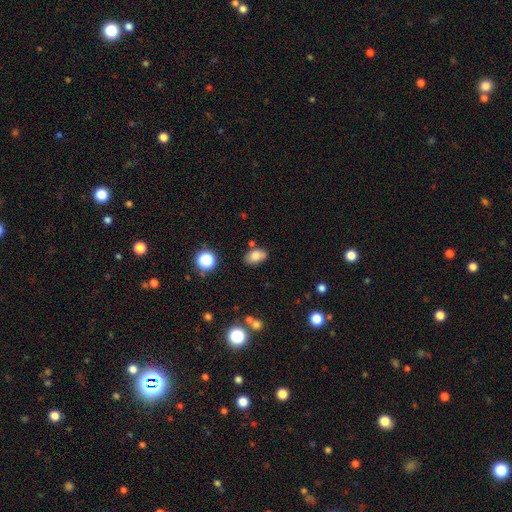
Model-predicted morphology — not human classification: Overall: smooth (80%). How rounded: in between (87%). Merging: none (74%).